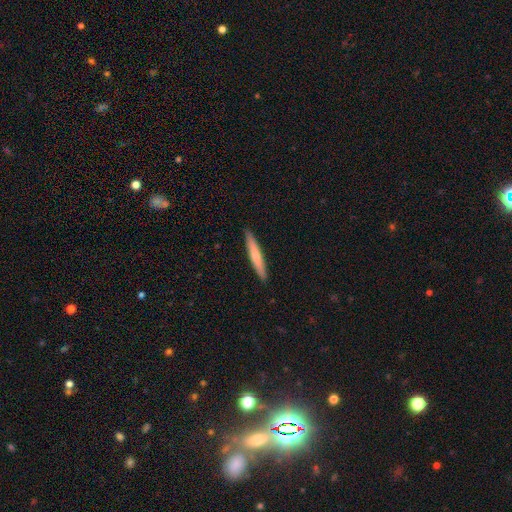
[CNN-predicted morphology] This is likely a smooth galaxy (62%). How rounded: clearly cigar-shaped (95%). Merging: clearly none (91%).